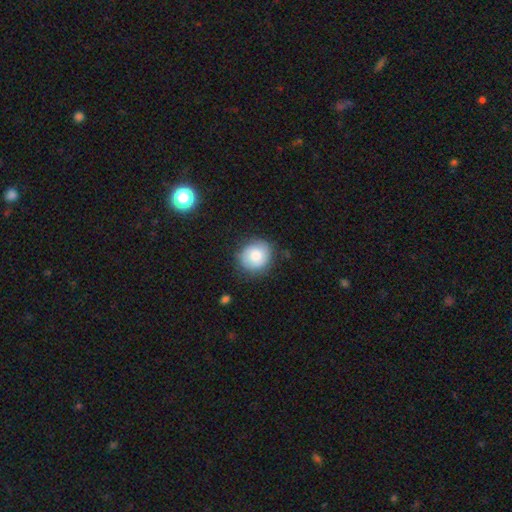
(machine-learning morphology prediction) smooth 78%, featured or disk 14%, star or artifact 8%. Down the decision tree: how rounded — round (83%); merging — none (80%).